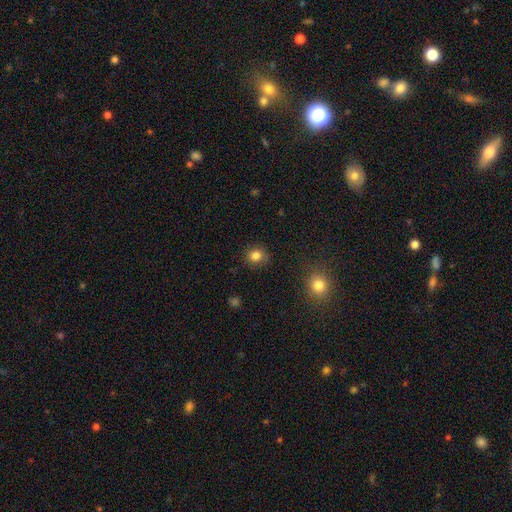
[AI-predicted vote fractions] Q: Smooth or featured?
A: smooth (83%); runner-up: star or artifact (12%)
Q: How rounded?
A: round (86%); runner-up: in between (13%)
Q: Merging?
A: none (86%); runner-up: minor disturbance (9%)